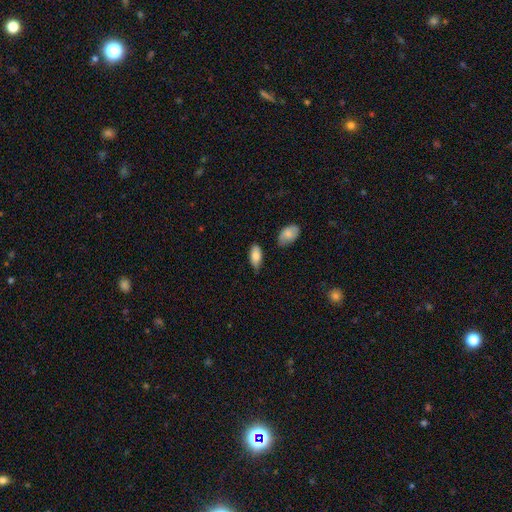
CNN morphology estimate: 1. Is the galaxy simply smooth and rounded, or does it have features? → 83% smooth, 11% featured or disk, 6% star or artifact.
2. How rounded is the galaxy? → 90% in between, 7% cigar-shaped, 2% round.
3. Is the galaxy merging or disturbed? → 78% none, 16% minor disturbance, 3% merger, 3% major disturbance.